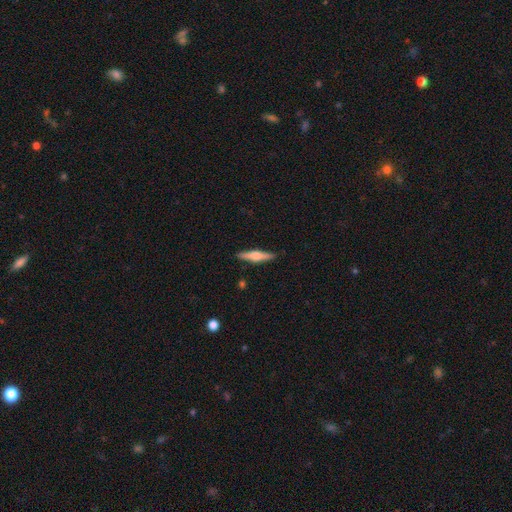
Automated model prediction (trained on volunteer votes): This appears to be a featured or disk galaxy (58%) viewed edge-on (97%) with a rounded central bulge (85%). Merging: none (89%).